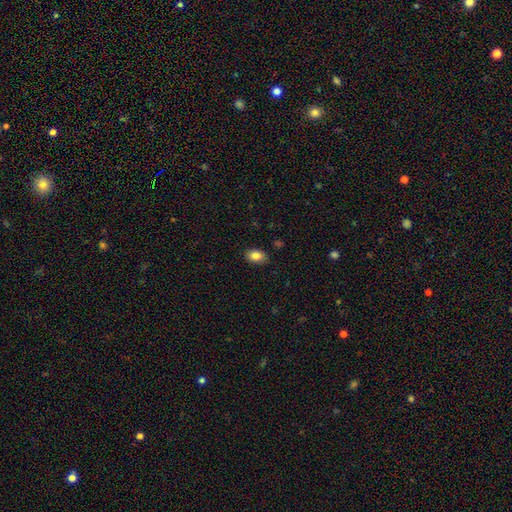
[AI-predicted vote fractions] A smooth galaxy with no disk features (85%) that is in between round and cigar-shaped (89%). Merging: none (87%).